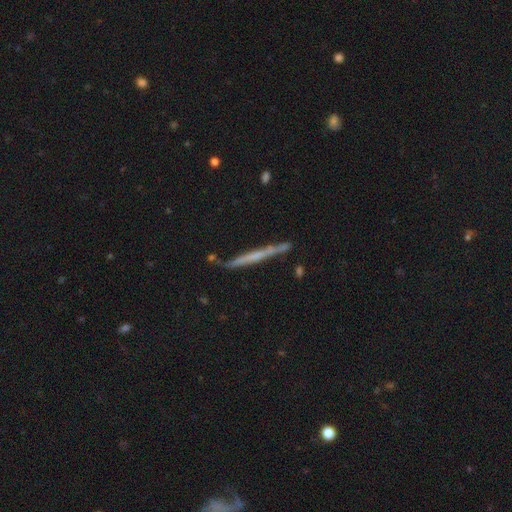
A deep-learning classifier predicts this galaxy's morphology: This is possibly a featured or disk galaxy (59%). It is clearly viewed edge-on (96%). Edge-on bulge: likely none (79%). Merging: clearly none (83%).